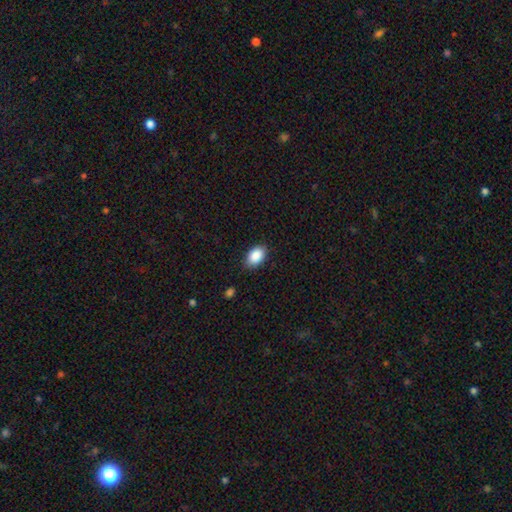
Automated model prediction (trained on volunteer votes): smooth 89%, star or artifact 7%, featured or disk 4%. Down the decision tree: how rounded — in between (90%); merging — none (84%).